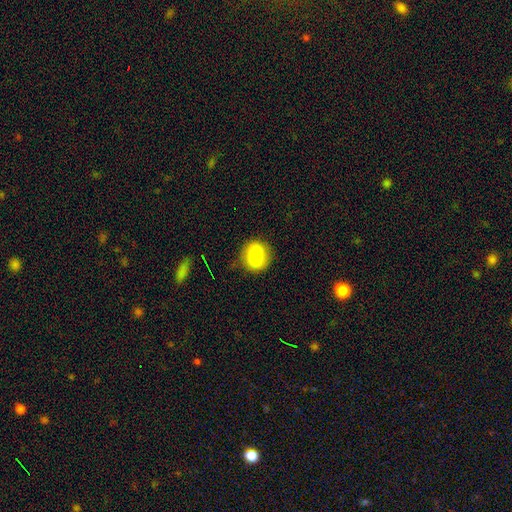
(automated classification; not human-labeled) smooth 81%, featured or disk 11%, star or artifact 8%. Down the decision tree: how rounded — round (68%); merging — none (80%).